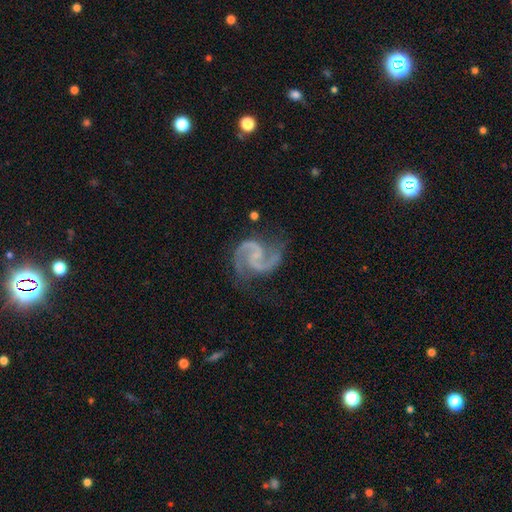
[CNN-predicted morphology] A featured or disk galaxy (93%) with no bar (49%), 2 (94%) medium (65%) spiral arms (99%) and a small central bulge (49%).

Vote fractions:
- Smooth or featured? featured or disk: 93% / star or artifact: 4% / smooth: 3%
- Edge-on disk? no: 99% / yes: 1%
- Bar? no: 49% / weak: 39% / strong: 12%
- Spiral arms? yes: 99% / no: 1%
- Spiral winding? medium: 65% / loose: 20% / tight: 15%
- Spiral arm count? 2: 94% / 3: 1% / can't tell: 1% / 1: 1% / 4: 1% / more than 4: 1%
- Bulge size? small: 49% / none: 41% / moderate: 8% / large: 1% / dominant: 1%
- Merging? none: 73% / minor disturbance: 17% / major disturbance: 7% / merger: 2%